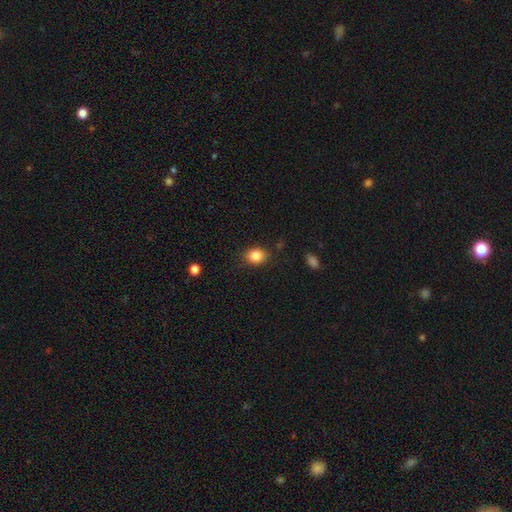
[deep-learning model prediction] Morphology: type=smooth (85%); roundness=in between (55%); merging=none (83%).